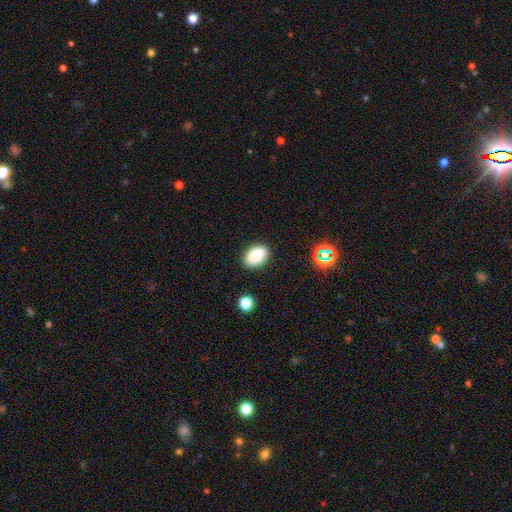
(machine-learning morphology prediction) smooth 85%, star or artifact 9%, featured or disk 6%. Down the decision tree: how rounded — in between (87%); merging — none (86%).